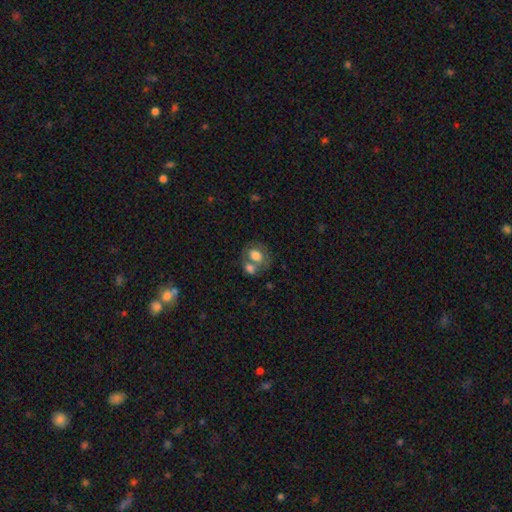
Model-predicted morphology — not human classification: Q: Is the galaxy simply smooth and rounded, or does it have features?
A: smooth — 68%.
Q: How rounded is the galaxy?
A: in between — 56%.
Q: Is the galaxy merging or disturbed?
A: merger — 50%.